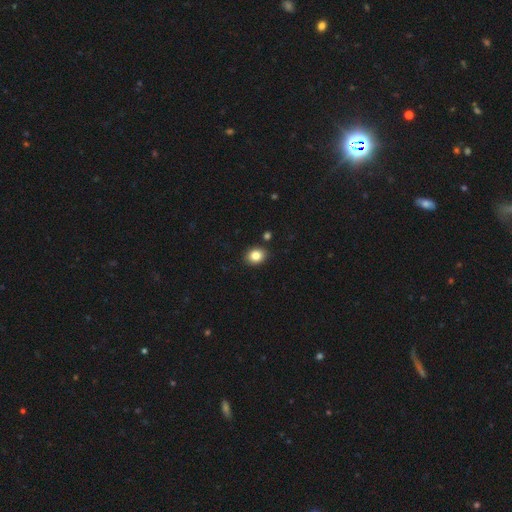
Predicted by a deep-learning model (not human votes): Overall: smooth (84%). How rounded: round (51%; in between 48%). Merging: none (88%).